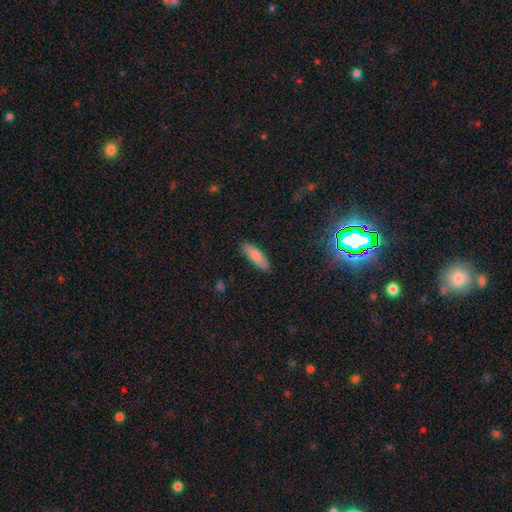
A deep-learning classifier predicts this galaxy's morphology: Smooth or featured: smooth — 85% (featured or disk — 9%)
How rounded: in between — 52% (cigar-shaped — 47%)
Merging: none — 88% (minor disturbance — 9%)